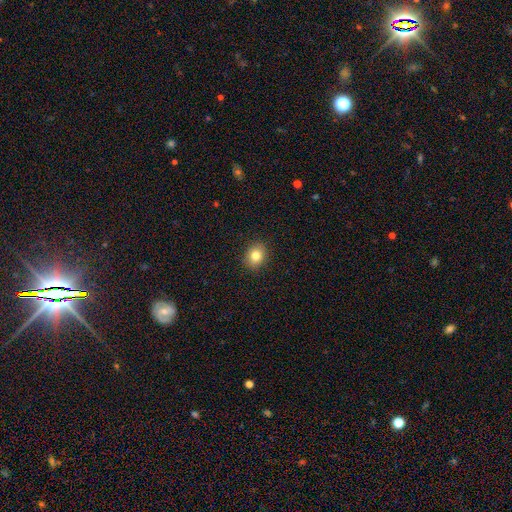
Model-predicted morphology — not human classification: Smooth or featured: smooth — 81% (star or artifact — 10%)
How rounded: round — 54% (in between — 45%)
Merging: none — 90% (minor disturbance — 7%)